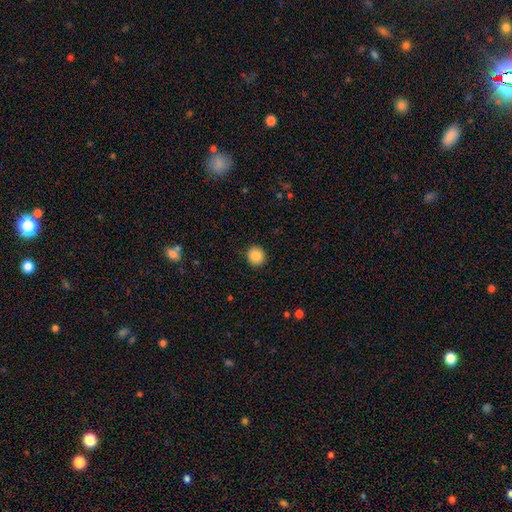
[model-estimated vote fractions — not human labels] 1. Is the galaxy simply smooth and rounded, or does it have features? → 88% smooth, 9% star or artifact, 3% featured or disk.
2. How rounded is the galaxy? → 89% round, 11% in between, 1% cigar-shaped.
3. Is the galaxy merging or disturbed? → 91% none, 6% minor disturbance, 2% major disturbance, 1% merger.